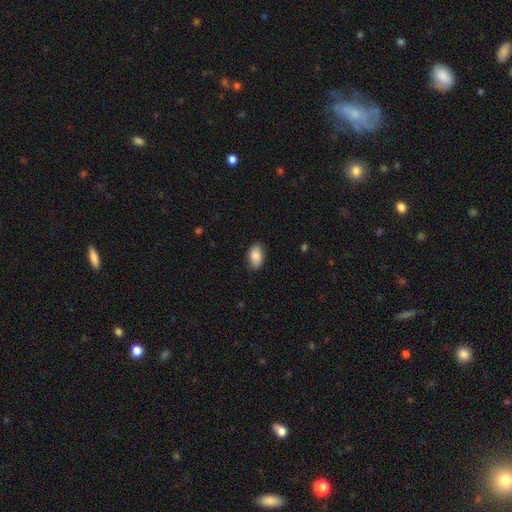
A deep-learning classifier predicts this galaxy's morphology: The model was most divided on "merging": none: 85%, minor disturbance: 12%, major disturbance: 2%, merger: 1%. More confident: how rounded — in between (93%); smooth or featured — smooth (88%).